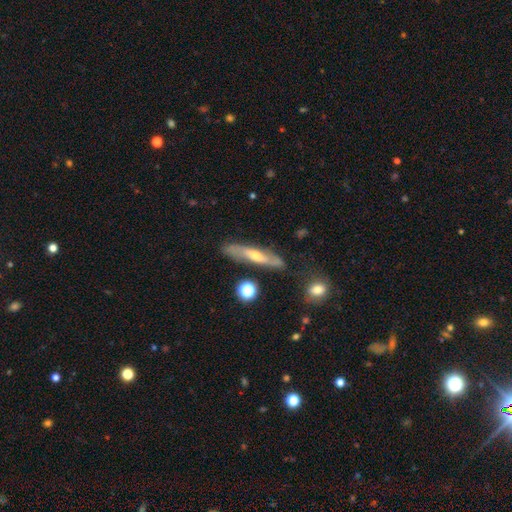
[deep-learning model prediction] Overall: featured or disk (61%; smooth 30%). Edge-on disk: yes (70%; no 30%). Merging: none (75%).